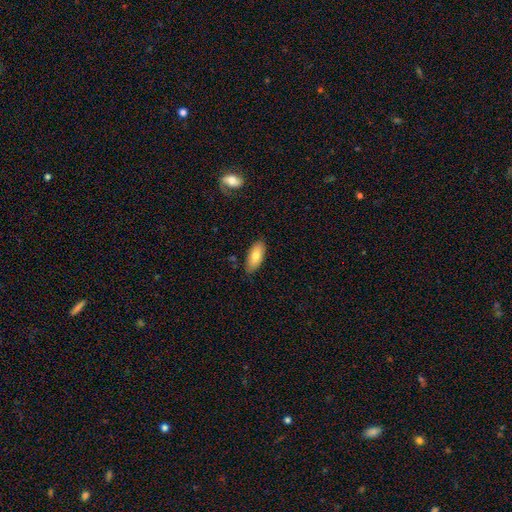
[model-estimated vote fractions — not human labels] This is likely a smooth galaxy (77%). How rounded: clearly in between (87%). Merging: clearly none (83%).